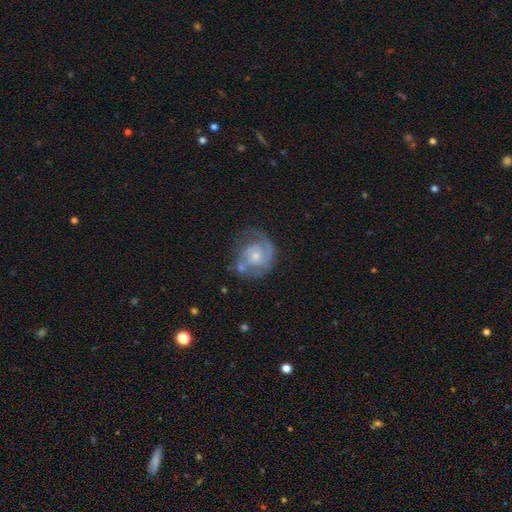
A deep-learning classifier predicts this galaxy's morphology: featured or disk 77%, smooth 17%, star or artifact 6%. Down the decision tree: edge-on disk — no (98%); bar — no (73%); spiral arms — yes (90%); spiral arm count — 2 (57%); spiral winding — tight (44%); bulge size — small (55%); merging — none (51%).